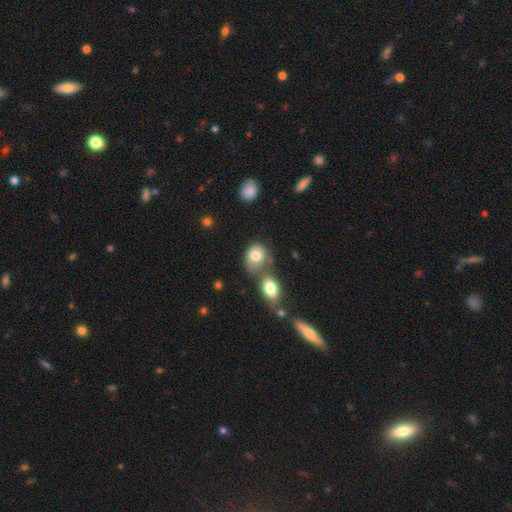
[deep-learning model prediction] smooth-or-featured: smooth: 81% | featured or disk: 11% | star or artifact: 8%
  how-rounded: in between: 50% | round: 48% | cigar-shaped: 1%
  merging: merger: 41% | none: 36% | minor disturbance: 16% | major disturbance: 7%